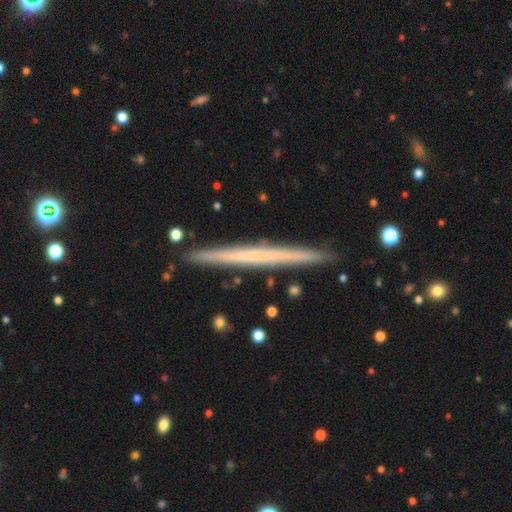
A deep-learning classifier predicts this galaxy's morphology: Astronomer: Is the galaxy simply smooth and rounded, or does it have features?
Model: featured or disk — 56% (runner-up: smooth, 38%).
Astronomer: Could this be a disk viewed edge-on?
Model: yes — 98%.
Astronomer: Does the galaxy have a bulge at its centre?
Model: none — 93%.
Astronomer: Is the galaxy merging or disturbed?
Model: none — 91%.